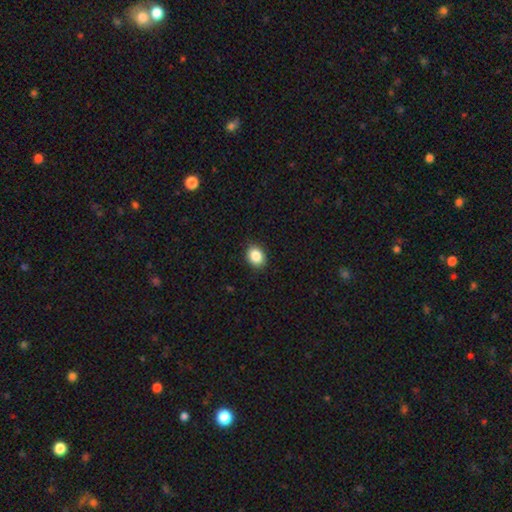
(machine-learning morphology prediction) Smooth or featured?
  - smooth: 87% *
  - star or artifact: 9%
  - featured or disk: 5%
How rounded?
  - in between: 60% *
  - round: 39%
  - cigar-shaped: 1%
Merging?
  - none: 89% *
  - minor disturbance: 8%
  - major disturbance: 2%
  - merger: 1%